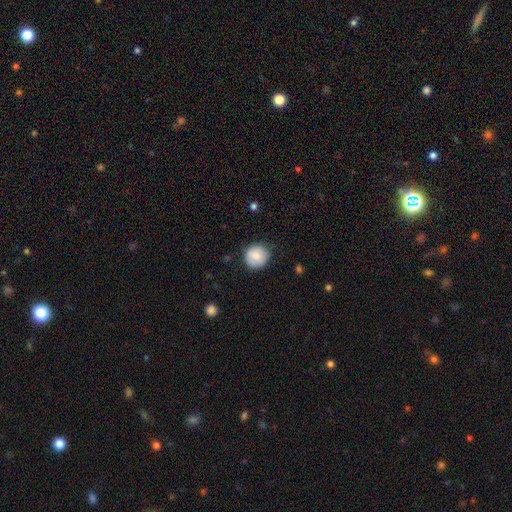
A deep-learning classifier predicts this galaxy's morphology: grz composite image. It shows a smooth galaxy with no disk features (77%) that is round (90%). Merging: none (77%).